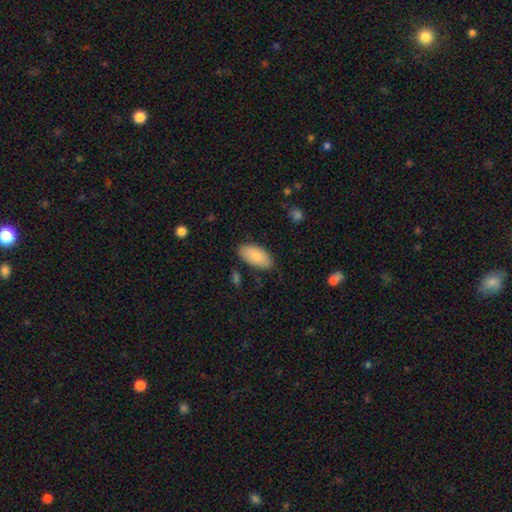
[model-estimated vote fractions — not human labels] A smooth galaxy with no disk features (84%) that is in between round and cigar-shaped (94%).

Vote fractions:
- Smooth or featured? smooth: 84% / featured or disk: 10% / star or artifact: 6%
- How rounded? in between: 94% / cigar-shaped: 4% / round: 2%
- Merging? none: 81% / minor disturbance: 15% / major disturbance: 3% / merger: 2%